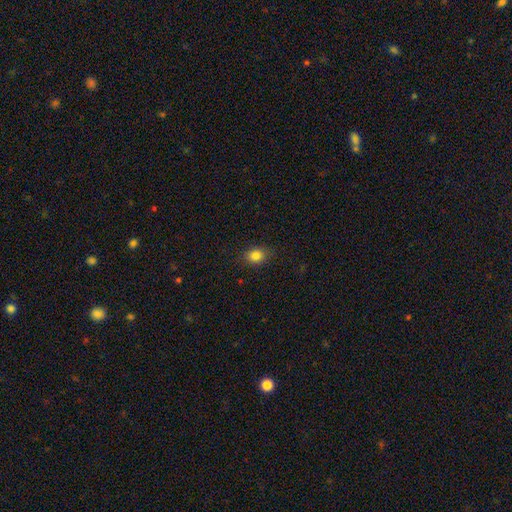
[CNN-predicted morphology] Smooth or featured? Predicted: smooth (p=0.82). How rounded? Predicted: in between (p=0.57). Merging? Predicted: none (p=0.86).